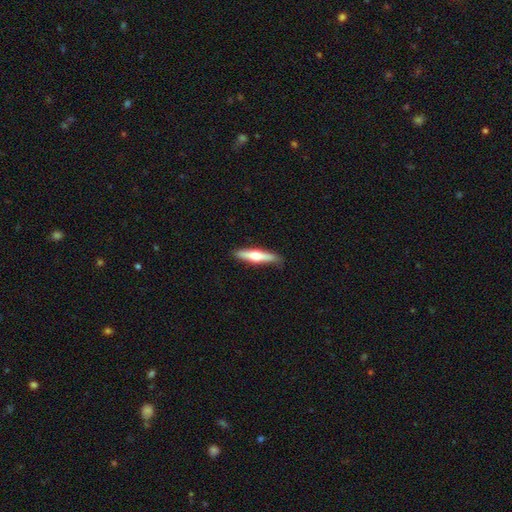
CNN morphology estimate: smooth-or-featured: featured or disk: 50% | smooth: 45% | star or artifact: 5%
  merging: none: 87% | minor disturbance: 10% | major disturbance: 2% | merger: 1%